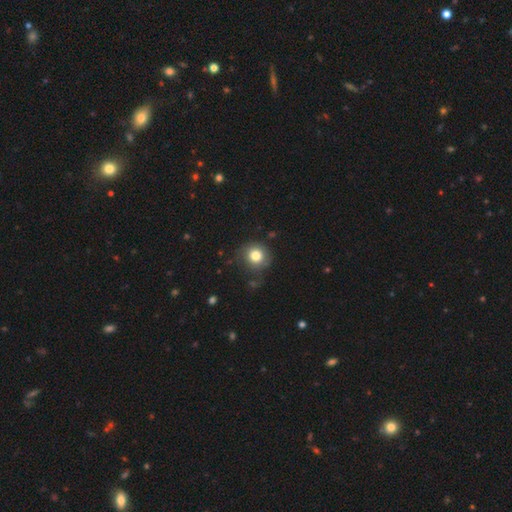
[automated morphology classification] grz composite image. It shows a smooth galaxy with no disk features (80%) that is round (90%). Merging: none (75%).